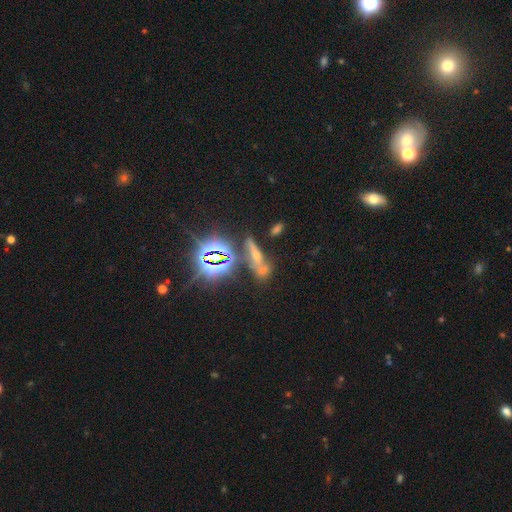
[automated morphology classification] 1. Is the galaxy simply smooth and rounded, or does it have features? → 41% smooth, 37% star or artifact, 22% featured or disk.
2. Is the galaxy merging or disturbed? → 49% none, 30% merger, 13% minor disturbance, 7% major disturbance.